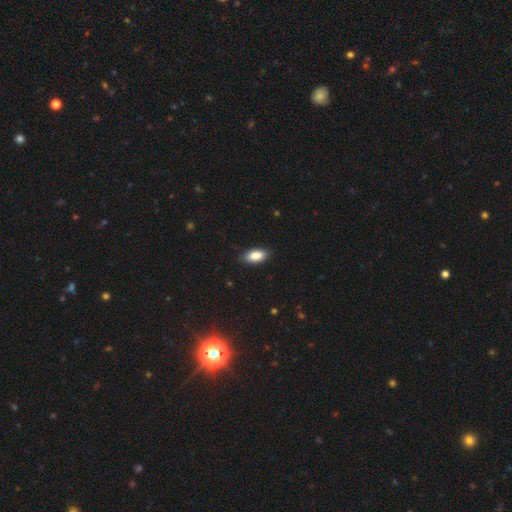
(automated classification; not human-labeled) Overall: smooth (87%). How rounded: in between (91%). Merging: none (87%).